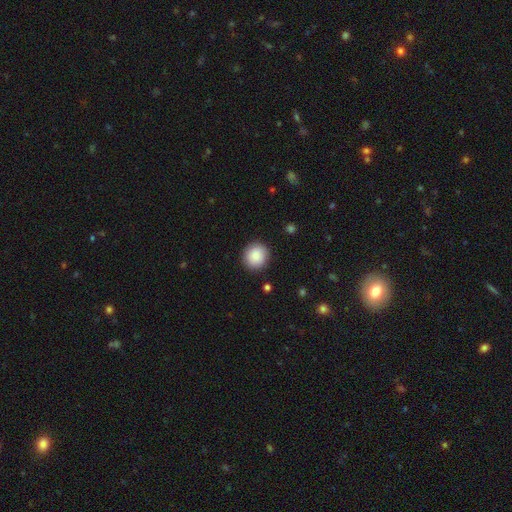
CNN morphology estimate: Q: Smooth or featured?
A: smooth (89%); runner-up: star or artifact (7%)
Q: How rounded?
A: round (91%); runner-up: in between (8%)
Q: Merging?
A: none (90%); runner-up: minor disturbance (6%)